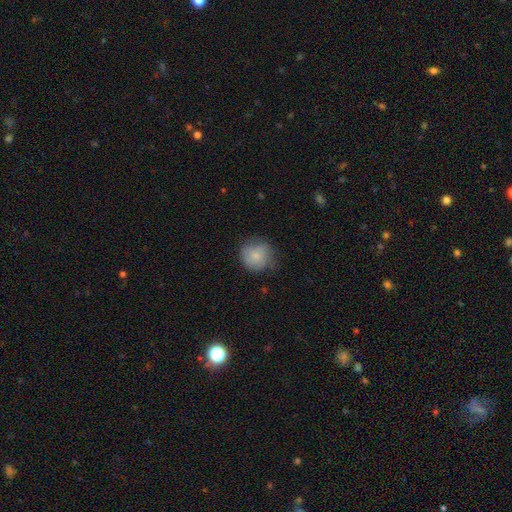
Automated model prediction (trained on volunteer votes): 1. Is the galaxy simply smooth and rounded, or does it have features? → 77% smooth, 15% featured or disk, 8% star or artifact.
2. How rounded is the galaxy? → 89% round, 10% in between, 1% cigar-shaped.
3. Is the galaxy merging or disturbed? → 65% none, 26% minor disturbance, 8% major disturbance, 1% merger.